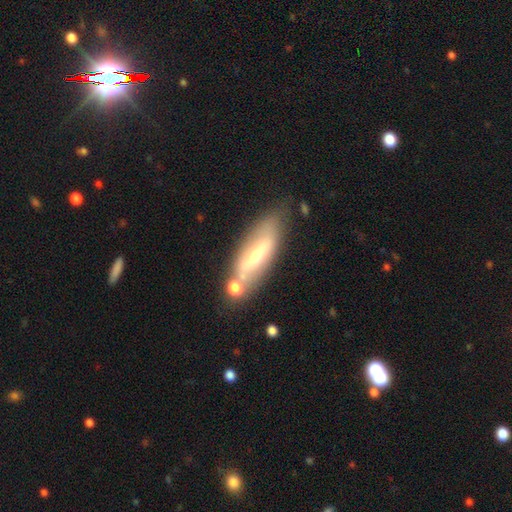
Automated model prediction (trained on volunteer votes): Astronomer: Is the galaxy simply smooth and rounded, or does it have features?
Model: featured or disk — 51% (runner-up: smooth, 41%).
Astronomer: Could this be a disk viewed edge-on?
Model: no — 63%.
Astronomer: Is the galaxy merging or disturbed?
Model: none — 63%.